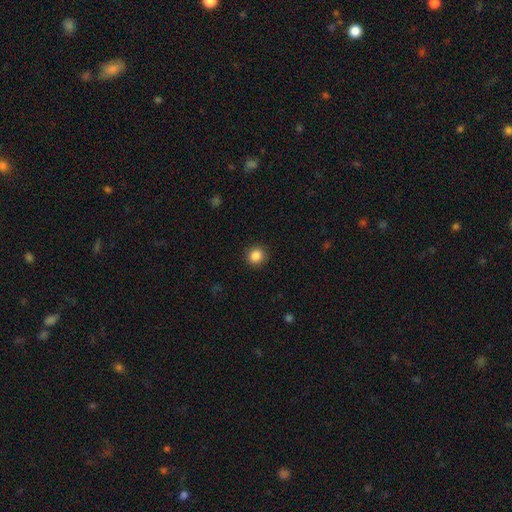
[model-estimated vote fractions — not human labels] The model was most divided on "smooth or featured": smooth: 86%, star or artifact: 10%, featured or disk: 4%. More confident: merging — none (91%); how rounded — round (90%).